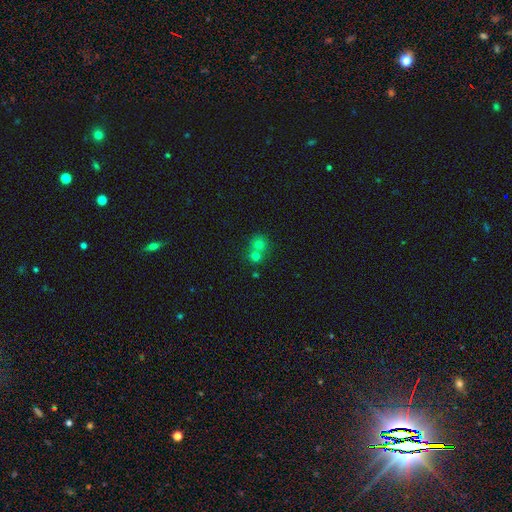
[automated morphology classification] Smooth or featured? Predicted: smooth (p=0.71). How rounded? Predicted: round (p=0.85). Merging? Predicted: merger (p=0.54).